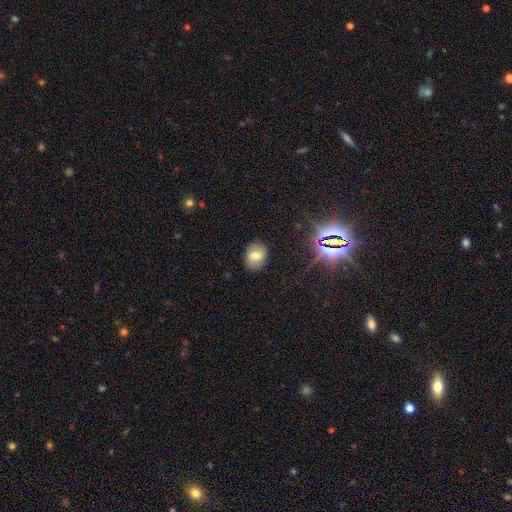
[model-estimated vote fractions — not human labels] A smooth galaxy with no disk features (66%) that is round (51%).

Vote fractions:
- Smooth or featured? smooth: 66% / featured or disk: 19% / star or artifact: 15%
- How rounded? round: 51% / in between: 48% / cigar-shaped: 1%
- Merging? none: 87% / minor disturbance: 9% / major disturbance: 3% / merger: 1%